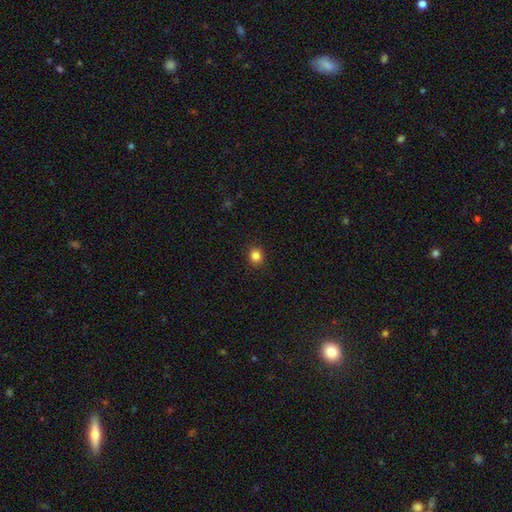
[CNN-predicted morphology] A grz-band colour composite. It shows a smooth galaxy with no disk features (84%) that is round (77%). Merging: none (91%).